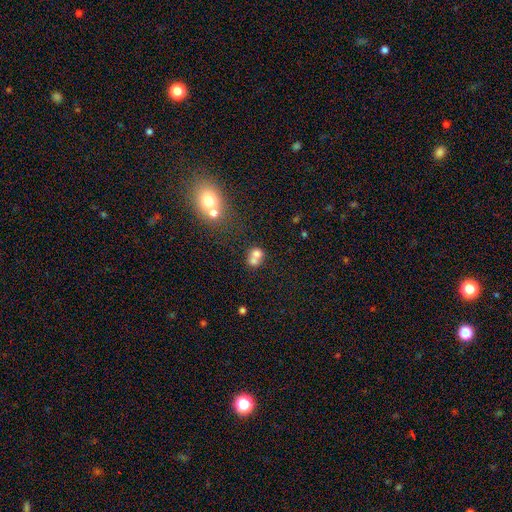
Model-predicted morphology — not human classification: A smooth galaxy with no disk features (69%) that is round (68%). Merging: merger (61%).